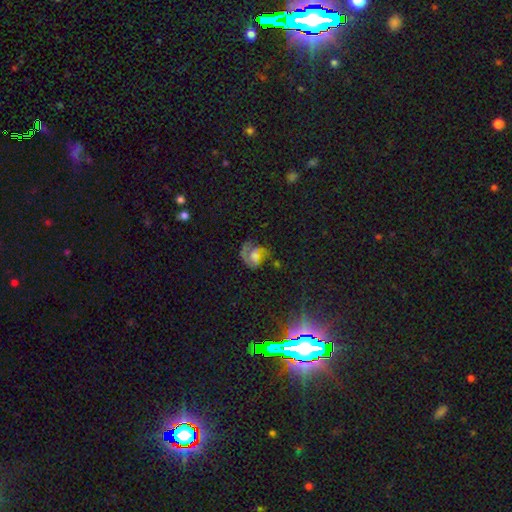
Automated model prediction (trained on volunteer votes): Smooth or featured: featured or disk — 61% (smooth — 24%)
Edge-on disk: no — 97% (yes — 3%)
Bar: weak — 45% (no — 40%)
Spiral arms: yes — 82% (no — 18%)
Bulge size: moderate — 36% (small — 23%)
Merging: none — 43% (major disturbance — 29%)